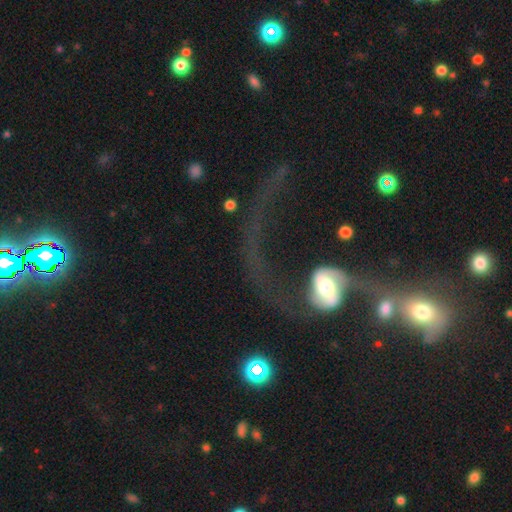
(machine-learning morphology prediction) Smooth or featured: featured or disk — 70% (smooth — 20%)
Edge-on disk: no — 94% (yes — 6%)
Bar: no — 51% (weak — 34%)
Spiral arms: yes — 82% (no — 18%)
Spiral winding: loose — 85% (medium — 11%)
Spiral arm count: 2 — 63% (1 — 29%)
Bulge size: moderate — 50% (large — 23%)
Merging: major disturbance — 40% (merger — 30%)